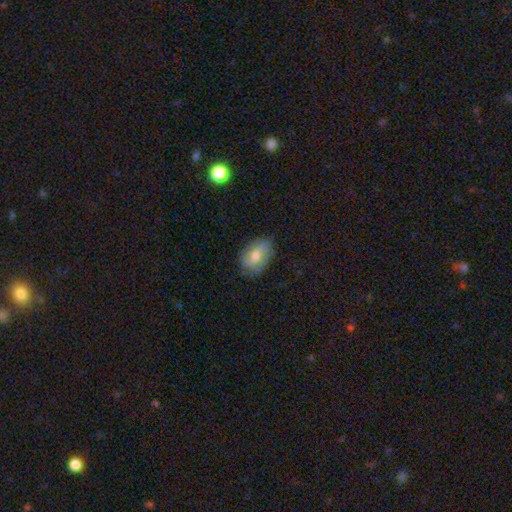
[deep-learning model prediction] Smooth or featured?
  - smooth: 59% *
  - featured or disk: 34%
  - star or artifact: 7%
How rounded?
  - in between: 87% *
  - round: 12%
  - cigar-shaped: 2%
Merging?
  - none: 73% *
  - minor disturbance: 21%
  - major disturbance: 5%
  - merger: 1%